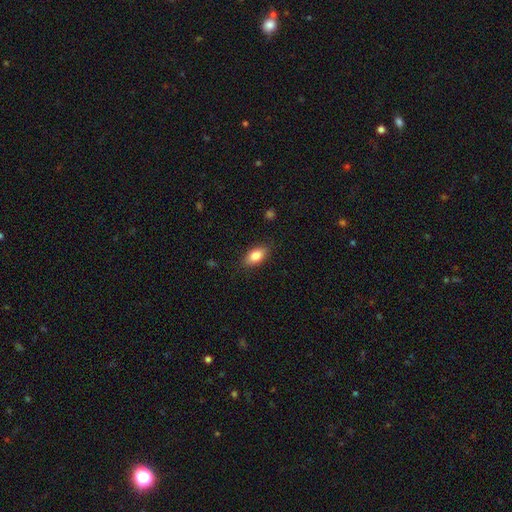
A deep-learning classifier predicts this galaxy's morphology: This is clearly a smooth galaxy (83%). How rounded: clearly in between (89%). Merging: clearly none (85%).